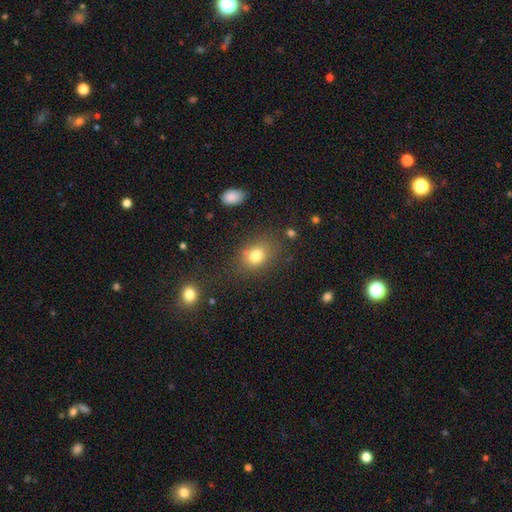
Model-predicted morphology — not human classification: smooth 78%, star or artifact 13%, featured or disk 9%. Down the decision tree: how rounded — in between (55%); merging — none (74%).